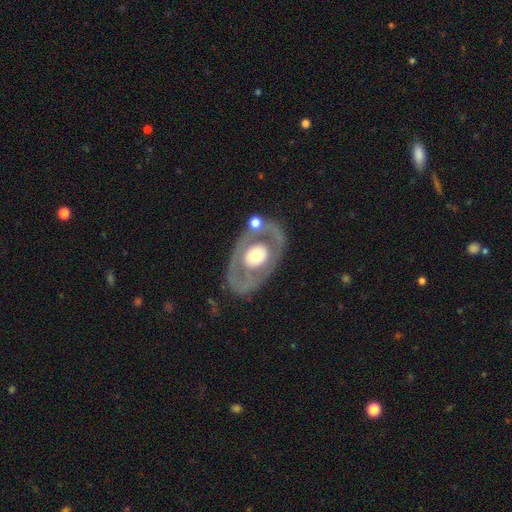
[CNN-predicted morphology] Smooth or featured? featured or disk (63%)
Edge-on disk? no (91%)
Bar? no (88%)
Spiral arms? no (85%)
Bulge size? moderate (53%)
Merging? none (68%)